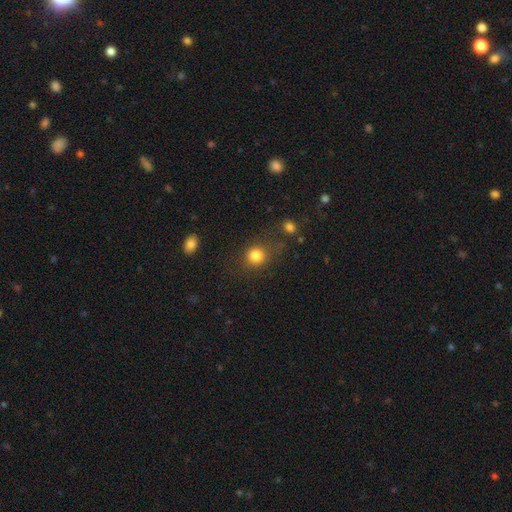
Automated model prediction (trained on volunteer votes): smooth-or-featured: smooth: 82% | star or artifact: 12% | featured or disk: 6%
  how-rounded: round: 83% | in between: 16% | cigar-shaped: 1%
  merging: none: 73% | minor disturbance: 14% | major disturbance: 8% | merger: 5%